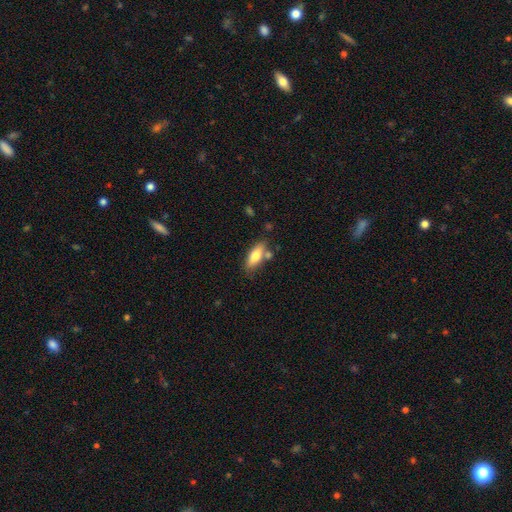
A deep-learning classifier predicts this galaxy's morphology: smooth-or-featured: smooth: 74% | featured or disk: 20% | star or artifact: 7%
  how-rounded: in between: 72% | cigar-shaped: 25% | round: 3%
  merging: none: 68% | minor disturbance: 16% | merger: 13% | major disturbance: 4%